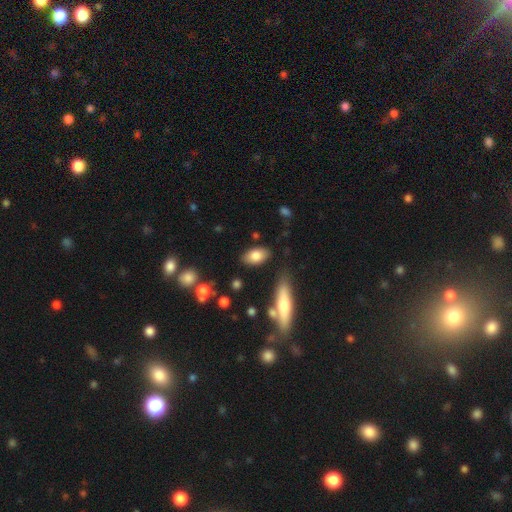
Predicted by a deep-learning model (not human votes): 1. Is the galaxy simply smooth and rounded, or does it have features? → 81% smooth, 12% featured or disk, 7% star or artifact.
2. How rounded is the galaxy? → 91% in between, 5% round, 4% cigar-shaped.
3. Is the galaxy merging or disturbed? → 81% none, 12% minor disturbance, 4% merger, 3% major disturbance.